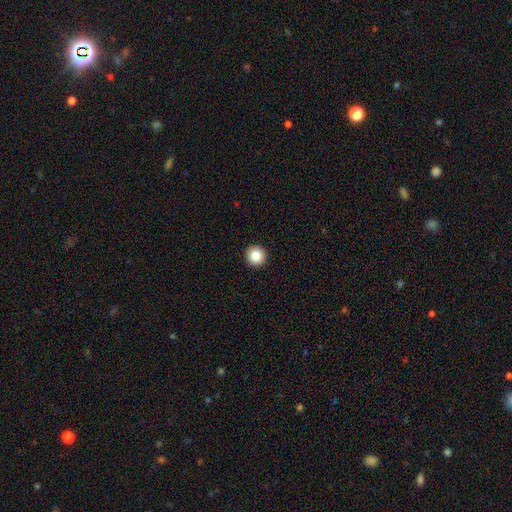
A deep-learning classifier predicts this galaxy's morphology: A smooth galaxy with no disk features (84%) that is round (95%).

Vote fractions:
- Smooth or featured? smooth: 84% / star or artifact: 10% / featured or disk: 6%
- How rounded? round: 95% / in between: 4% / cigar-shaped: 1%
- Merging? none: 94% / minor disturbance: 4% / major disturbance: 1% / merger: 1%